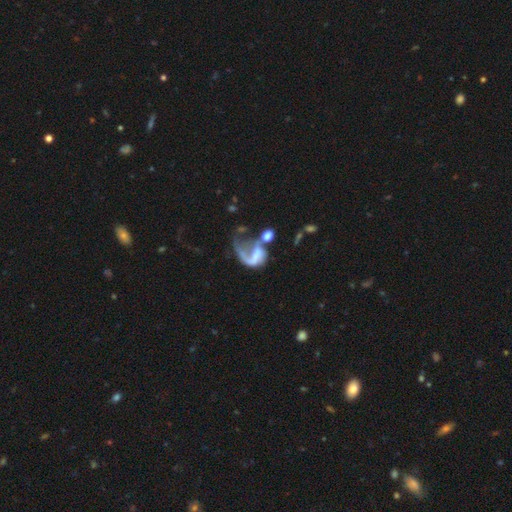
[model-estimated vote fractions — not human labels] Morphology: type=featured or disk (64%); edge-on=no (97%); bar=no (56%); spiral arms=yes (64%); bulge=none (46%); merging=major disturbance (47%).